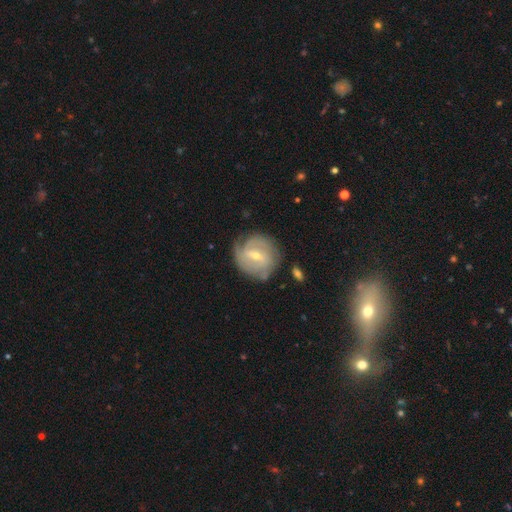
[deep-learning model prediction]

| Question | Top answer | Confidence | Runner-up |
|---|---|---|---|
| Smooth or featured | featured or disk | 77% | smooth (16%) |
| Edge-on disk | no | 96% | yes (4%) |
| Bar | weak | 53% | strong (26%) |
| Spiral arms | yes | 88% | no (12%) |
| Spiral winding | tight | 56% | medium (32%) |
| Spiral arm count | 2 | 36% | can't tell (33%) |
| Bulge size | small | 55% | moderate (42%) |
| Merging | none | 73% | minor disturbance (18%) |